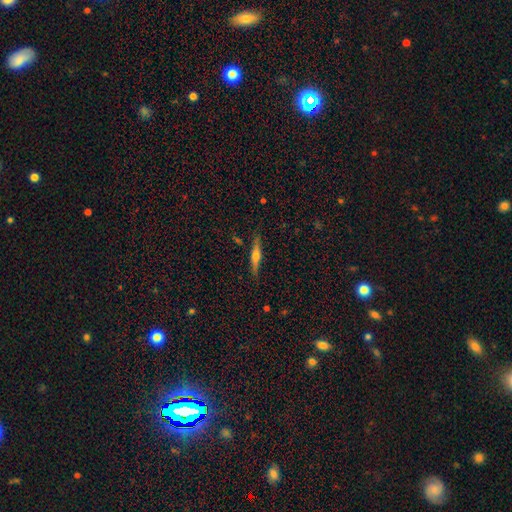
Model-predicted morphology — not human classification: This appears to be a featured or disk galaxy (61%) viewed edge-on (97%) with a rounded central bulge (88%). Merging: none (86%).